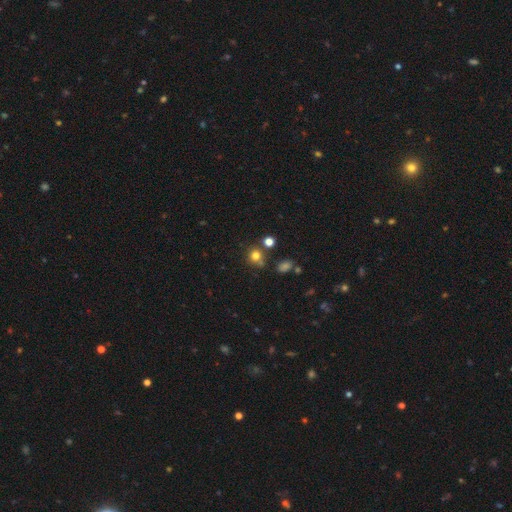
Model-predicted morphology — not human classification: Smooth or featured?
  - smooth: 76% *
  - star or artifact: 16%
  - featured or disk: 8%
How rounded?
  - round: 81% *
  - in between: 17%
  - cigar-shaped: 1%
Merging?
  - none: 68% *
  - minor disturbance: 15%
  - merger: 12%
  - major disturbance: 5%